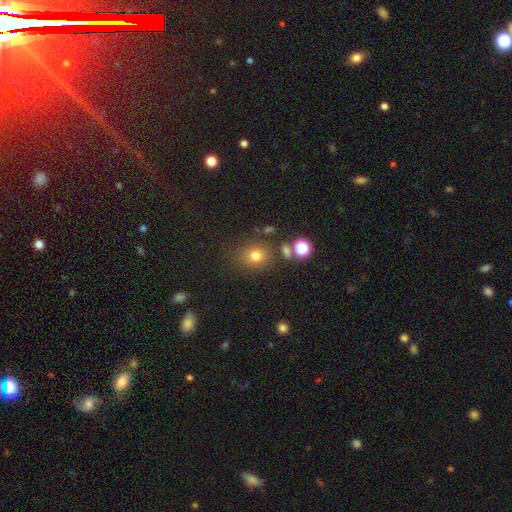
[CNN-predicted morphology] Q: Smooth or featured?
A: smooth (73%); runner-up: star or artifact (18%)
Q: How rounded?
A: round (76%); runner-up: in between (23%)
Q: Merging?
A: none (77%); runner-up: minor disturbance (12%)